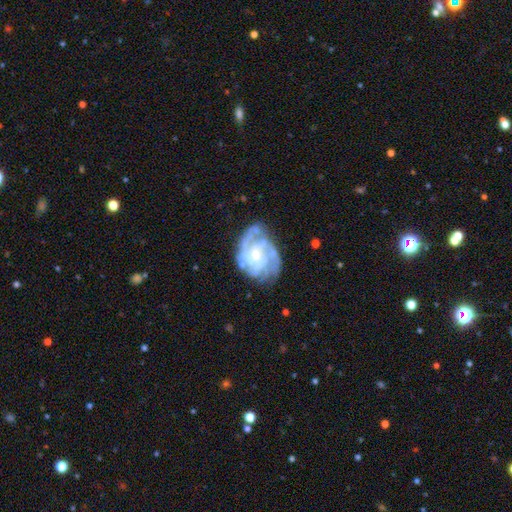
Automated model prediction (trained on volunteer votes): smooth_or_featured: featured or disk (p=0.86) [alt: smooth p=0.08]
disk_edge_on: no (p=0.98) [alt: yes p=0.02]
bar: no (p=0.61) [alt: weak p=0.33]
has_spiral_arms: yes (p=0.93) [alt: no p=0.07]
spiral_winding: tight (p=0.55) [alt: medium p=0.36]
spiral_arm_count: can't tell (p=0.30) [alt: 3 p=0.25]
bulge_size: small (p=0.63) [alt: moderate p=0.31]
merging: none (p=0.63) [alt: minor disturbance p=0.22]